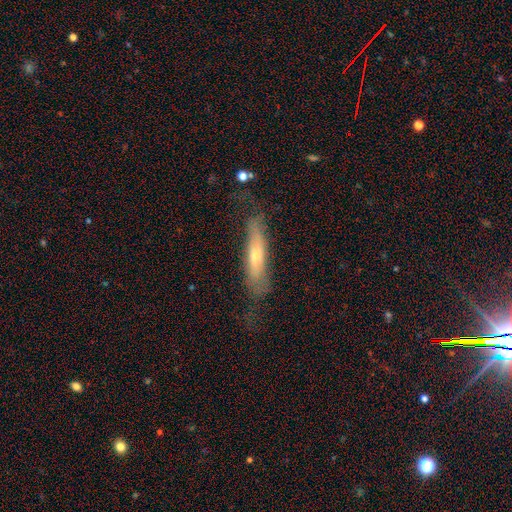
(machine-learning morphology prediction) smooth-or-featured: smooth: 48% | featured or disk: 45% | star or artifact: 7%
  merging: none: 61% | minor disturbance: 24% | major disturbance: 14% | merger: 2%